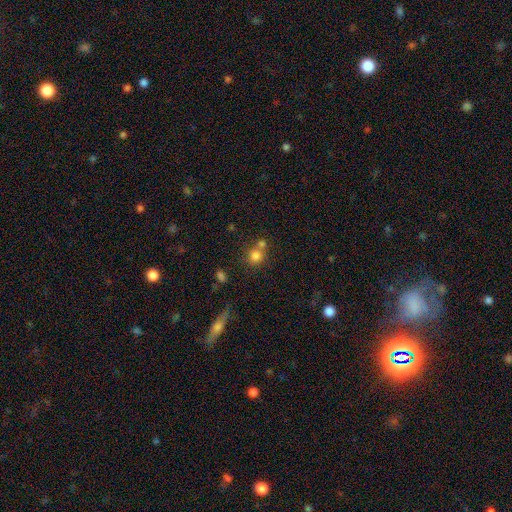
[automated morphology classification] Smooth or featured: smooth — 79% (star or artifact — 13%)
How rounded: round — 85% (in between — 14%)
Merging: none — 51% (merger — 36%)